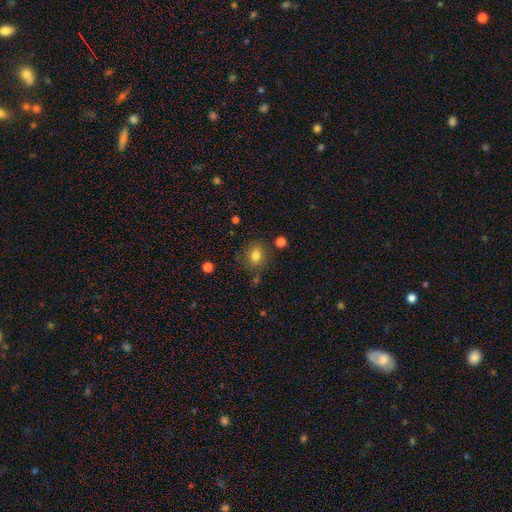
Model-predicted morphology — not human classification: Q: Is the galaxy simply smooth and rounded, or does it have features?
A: smooth — 79%.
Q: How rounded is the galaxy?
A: round — 60%.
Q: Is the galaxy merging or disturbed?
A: none — 78%.